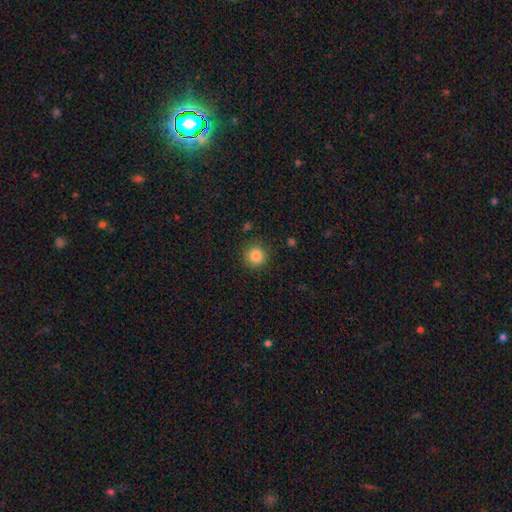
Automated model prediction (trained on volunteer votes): A smooth galaxy with no disk features (85%) that is round (94%).

Vote fractions:
- Smooth or featured? smooth: 85% / star or artifact: 10% / featured or disk: 5%
- How rounded? round: 94% / in between: 5% / cigar-shaped: 1%
- Merging? none: 89% / minor disturbance: 7% / major disturbance: 3% / merger: 1%